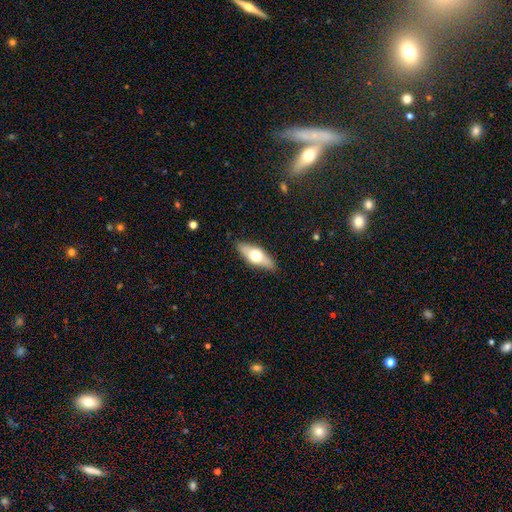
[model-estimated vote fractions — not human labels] This is possibly a smooth galaxy (51%). How rounded: likely in between (63%). Merging: clearly none (86%).